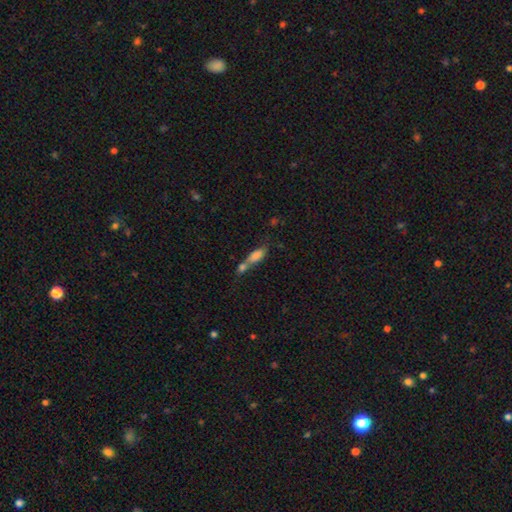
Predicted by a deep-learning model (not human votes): Smooth or featured: smooth — 75% (featured or disk — 16%)
How rounded: in between — 69% (cigar-shaped — 27%)
Merging: merger — 64% (none — 22%)